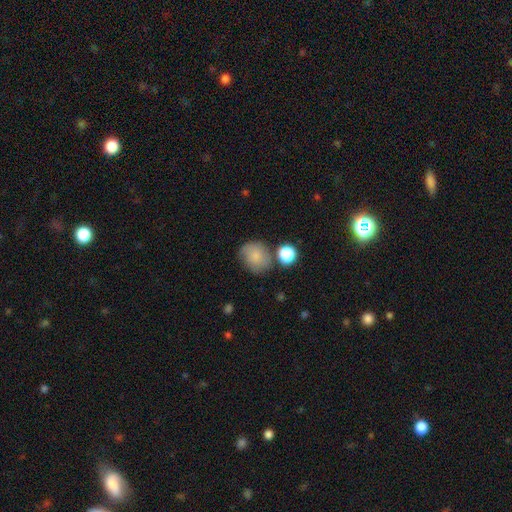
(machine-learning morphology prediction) Smooth or featured: smooth — 79% (featured or disk — 11%)
How rounded: round — 72% (in between — 27%)
Merging: none — 64% (minor disturbance — 20%)